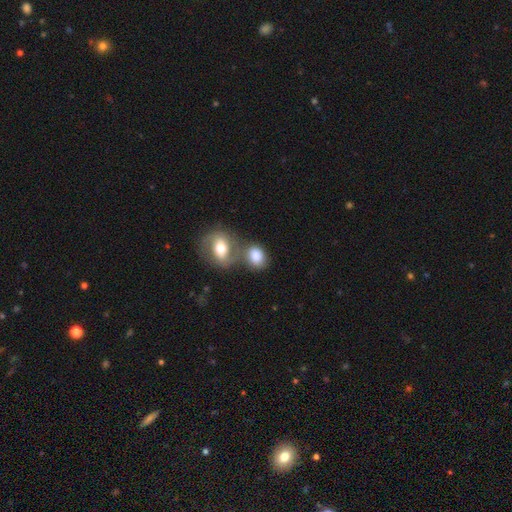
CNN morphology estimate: A smooth galaxy with no disk features (78%) that is in between round and cigar-shaped (64%).

Vote fractions:
- Smooth or featured? smooth: 78% / featured or disk: 15% / star or artifact: 7%
- How rounded? in between: 64% / round: 35% / cigar-shaped: 1%
- Merging? merger: 42% / none: 39% / minor disturbance: 13% / major disturbance: 6%